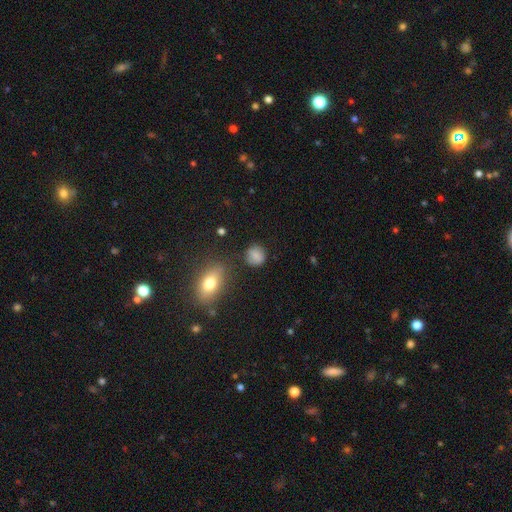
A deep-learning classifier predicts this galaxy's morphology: type=smooth (82%); roundness=round (75%); merging=none (78%).